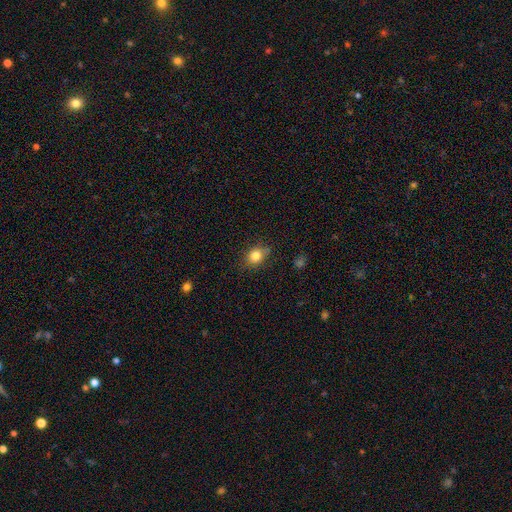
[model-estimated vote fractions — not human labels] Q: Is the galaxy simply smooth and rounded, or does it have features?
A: smooth — 81%.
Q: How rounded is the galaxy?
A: round — 57%.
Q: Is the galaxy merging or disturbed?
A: none — 76%.